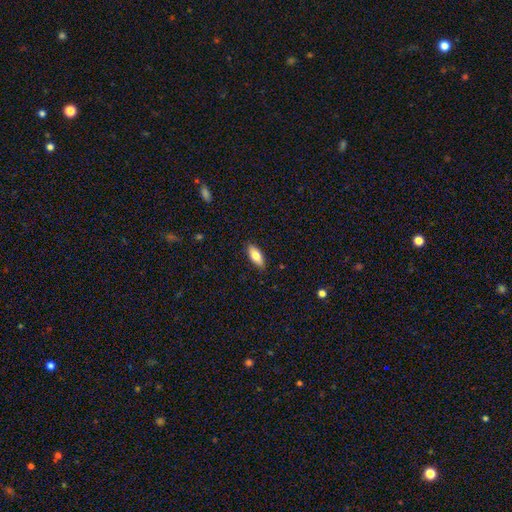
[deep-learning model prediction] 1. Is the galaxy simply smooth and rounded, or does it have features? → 78% smooth, 16% featured or disk, 6% star or artifact.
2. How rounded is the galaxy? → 83% in between, 15% cigar-shaped, 2% round.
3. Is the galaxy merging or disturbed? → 87% none, 10% minor disturbance, 2% major disturbance, 1% merger.